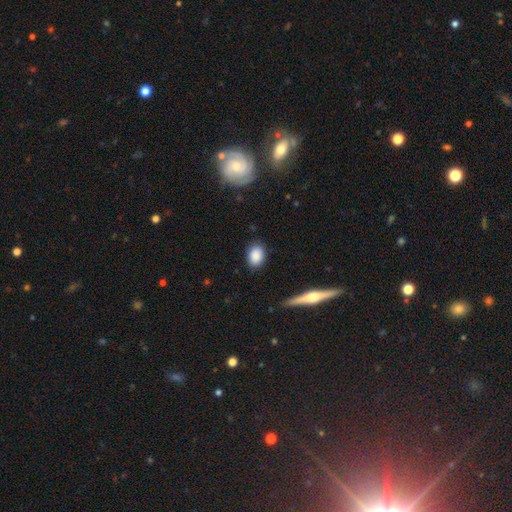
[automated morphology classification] Smooth or featured: smooth — 87% (star or artifact — 7%)
How rounded: in between — 79% (round — 19%)
Merging: none — 84% (minor disturbance — 12%)